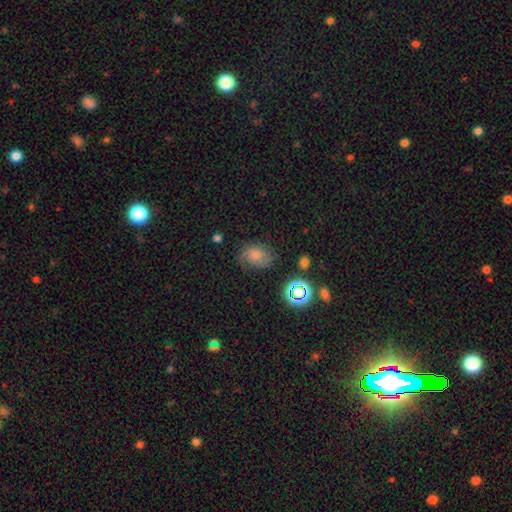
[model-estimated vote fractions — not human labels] Smooth or featured?
  - smooth: 64% *
  - featured or disk: 20%
  - star or artifact: 16%
How rounded?
  - in between: 63% *
  - round: 36%
  - cigar-shaped: 1%
Merging?
  - none: 58% *
  - minor disturbance: 27%
  - major disturbance: 12%
  - merger: 3%